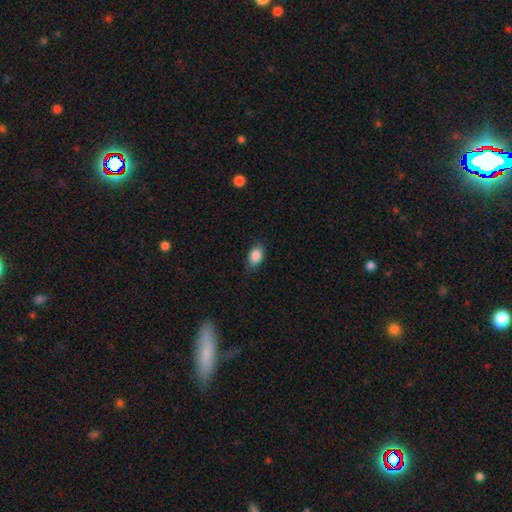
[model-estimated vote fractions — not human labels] smooth-or-featured: smooth: 87% | star or artifact: 7% | featured or disk: 5%
  how-rounded: in between: 85% | round: 12% | cigar-shaped: 2%
  merging: none: 77% | minor disturbance: 18% | major disturbance: 4% | merger: 1%